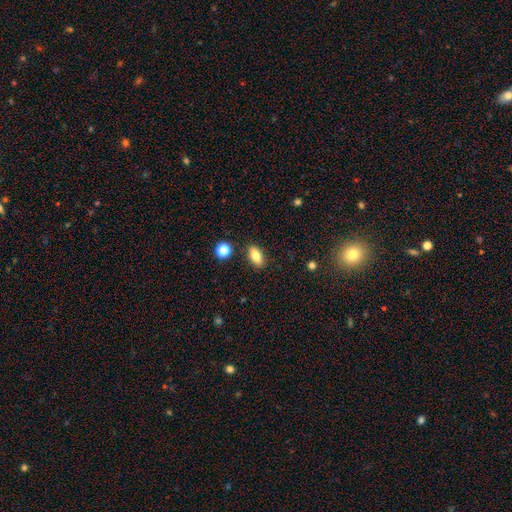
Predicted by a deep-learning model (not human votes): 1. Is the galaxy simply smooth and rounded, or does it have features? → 83% smooth, 9% star or artifact, 9% featured or disk.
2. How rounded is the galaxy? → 84% in between, 11% cigar-shaped, 5% round.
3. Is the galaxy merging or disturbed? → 87% none, 9% minor disturbance, 3% merger, 2% major disturbance.